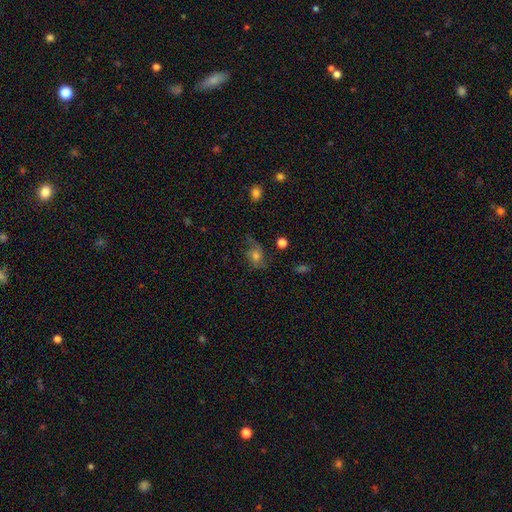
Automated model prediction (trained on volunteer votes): Smooth or featured: featured or disk — 46% (smooth — 38%)
Merging: none — 52% (minor disturbance — 25%)